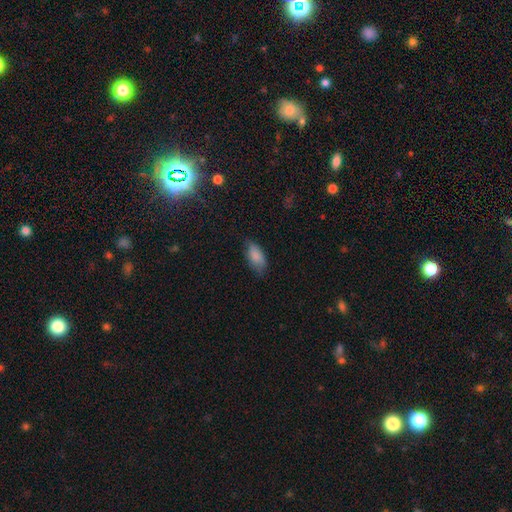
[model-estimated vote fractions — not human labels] Smooth or featured: smooth — 85% (featured or disk — 8%)
How rounded: in between — 91% (cigar-shaped — 7%)
Merging: none — 70% (minor disturbance — 24%)